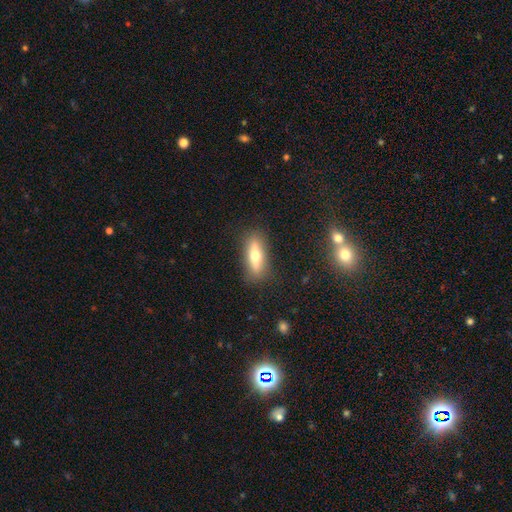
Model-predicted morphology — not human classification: Smooth or featured: smooth — 58% (featured or disk — 35%)
How rounded: cigar-shaped — 49% (in between — 48%)
Merging: none — 86% (minor disturbance — 10%)